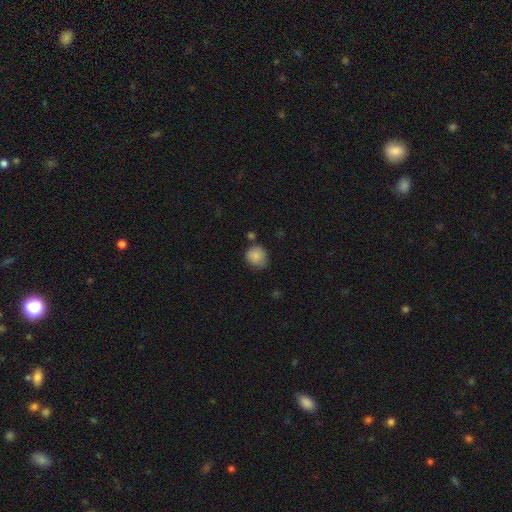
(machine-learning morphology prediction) smooth_or_featured: smooth (p=0.85) [alt: star or artifact p=0.08]
how_rounded: round (p=0.85) [alt: in between p=0.14]
merging: none (p=0.67) [alt: minor disturbance p=0.22]